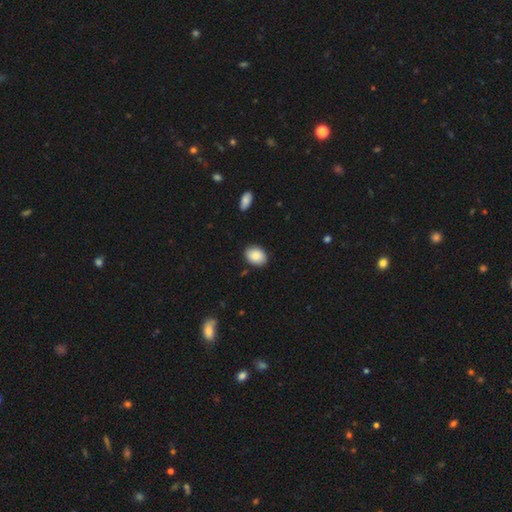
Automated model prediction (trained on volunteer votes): smooth 85%, featured or disk 8%, star or artifact 7%. Down the decision tree: how rounded — in between (76%); merging — none (86%).